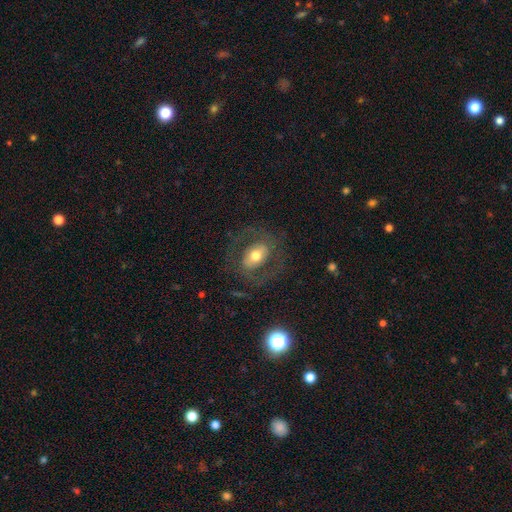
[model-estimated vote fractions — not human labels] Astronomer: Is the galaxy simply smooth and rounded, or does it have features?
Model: featured or disk — 55% (runner-up: smooth, 38%).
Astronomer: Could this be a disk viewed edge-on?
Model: no — 93%.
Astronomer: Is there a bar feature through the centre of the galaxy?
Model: no — 43% (runner-up: weak, 31%).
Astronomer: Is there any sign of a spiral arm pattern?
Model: no — 53% (runner-up: yes, 47%).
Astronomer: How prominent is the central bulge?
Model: moderate — 66%.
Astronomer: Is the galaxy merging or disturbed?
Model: none — 71%.